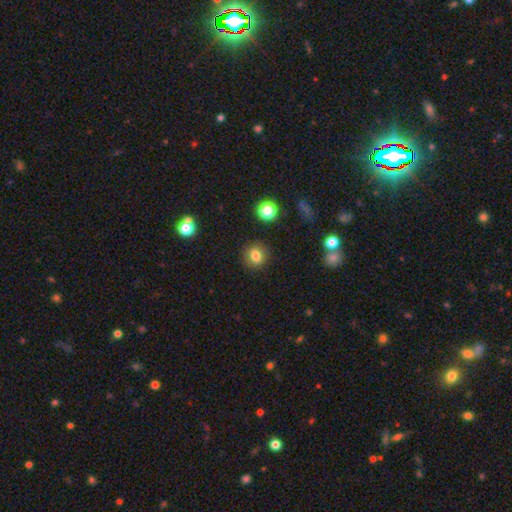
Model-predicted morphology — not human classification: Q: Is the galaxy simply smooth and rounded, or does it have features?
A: smooth — 80%.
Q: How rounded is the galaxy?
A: round — 78%.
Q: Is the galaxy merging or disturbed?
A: none — 88%.